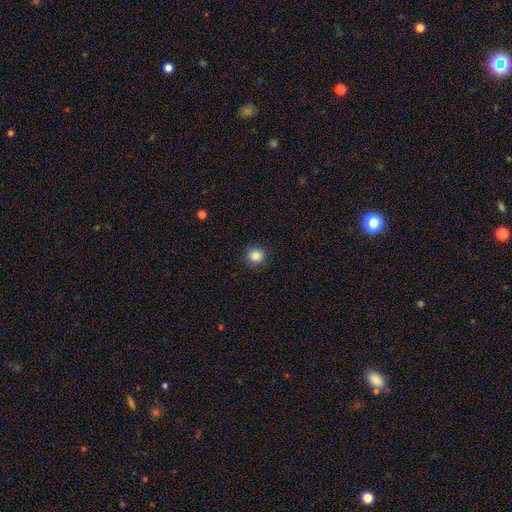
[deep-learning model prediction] The model was most divided on "smooth or featured": smooth: 86%, star or artifact: 11%, featured or disk: 4%. More confident: how rounded — round (94%); merging — none (90%).